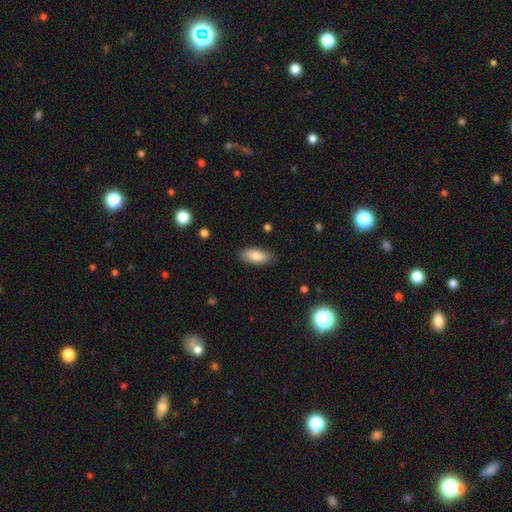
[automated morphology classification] Q: Smooth or featured?
A: smooth (83%); runner-up: featured or disk (10%)
Q: How rounded?
A: in between (86%); runner-up: cigar-shaped (11%)
Q: Merging?
A: none (86%); runner-up: minor disturbance (11%)